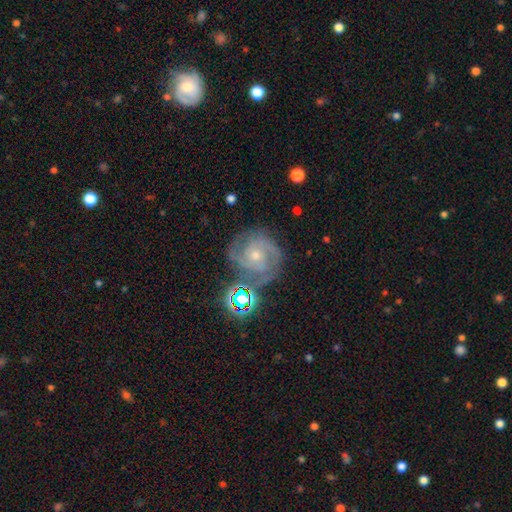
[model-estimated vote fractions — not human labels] Morphology: type=featured or disk (73%); edge-on=no (98%); bar=no (72%); spiral arms=yes (93%); winding=tight (55%); arm count=3 (32%); bulge=moderate (48%); merging=none (65%).